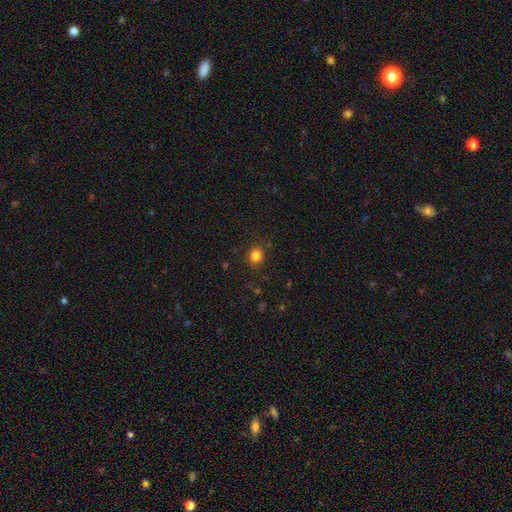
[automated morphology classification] Smooth or featured: smooth — 83% (star or artifact — 12%)
How rounded: round — 71% (in between — 28%)
Merging: none — 86% (minor disturbance — 10%)